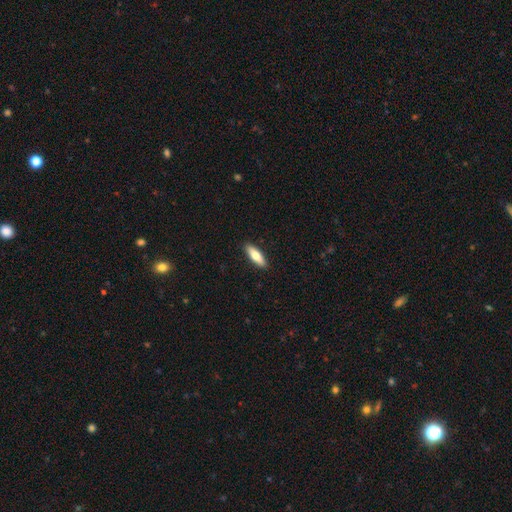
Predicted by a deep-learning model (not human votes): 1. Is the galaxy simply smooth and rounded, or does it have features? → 70% smooth, 25% featured or disk, 5% star or artifact.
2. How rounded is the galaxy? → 55% cigar-shaped, 43% in between, 2% round.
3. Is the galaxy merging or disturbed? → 91% none, 7% minor disturbance, 1% major disturbance, 1% merger.